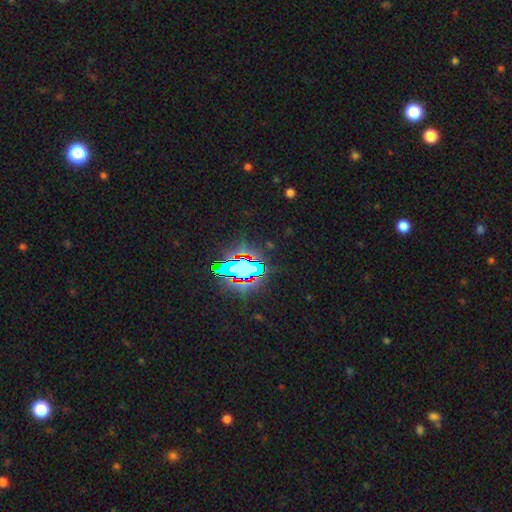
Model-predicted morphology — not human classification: Smooth or featured: star or artifact — 81% (smooth — 11%)